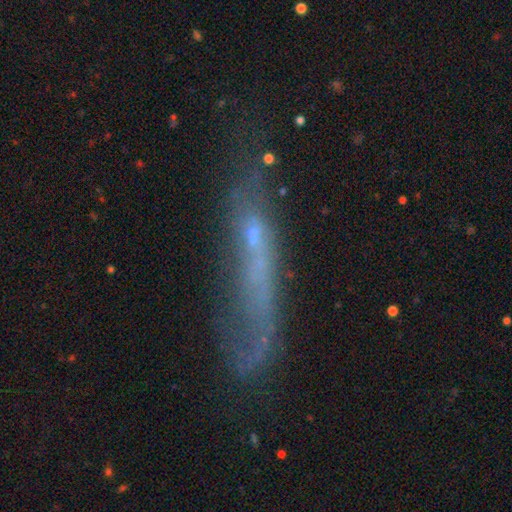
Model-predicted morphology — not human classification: smooth-or-featured: featured or disk: 49% | smooth: 32% | star or artifact: 18%
  merging: none: 45% | major disturbance: 26% | minor disturbance: 22% | merger: 6%